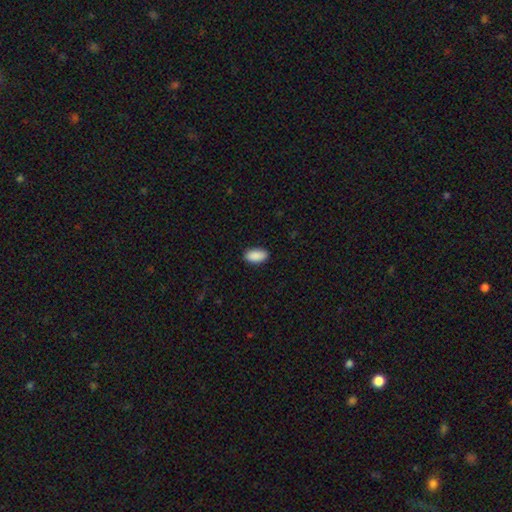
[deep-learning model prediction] Overall: smooth (91%). How rounded: in between (94%). Merging: none (88%).